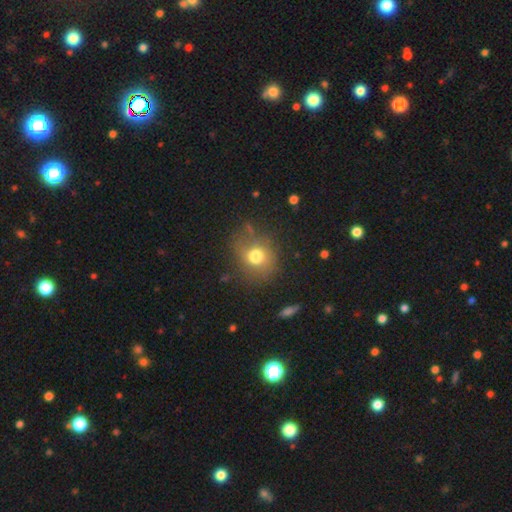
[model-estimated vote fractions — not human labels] This appears to be a smooth galaxy with no disk features (70%) that is round (76%). Merging: none (71%).